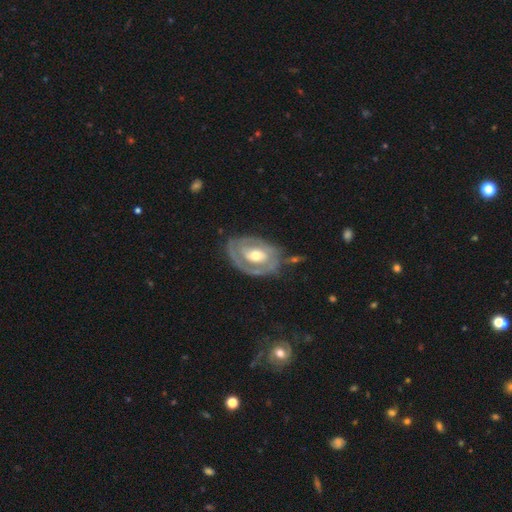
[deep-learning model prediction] A featured or disk galaxy (74%) with no bar (56%), spiral arms (63%) and a moderate central bulge (70%).

Vote fractions:
- Smooth or featured? featured or disk: 74% / smooth: 21% / star or artifact: 5%
- Edge-on disk? no: 95% / yes: 5%
- Bar? no: 56% / weak: 31% / strong: 13%
- Spiral arms? yes: 63% / no: 37%
- Bulge size? moderate: 70% / small: 21% / large: 7% / dominant: 1% / none: 1%
- Merging? none: 59% / minor disturbance: 25% / major disturbance: 12% / merger: 4%